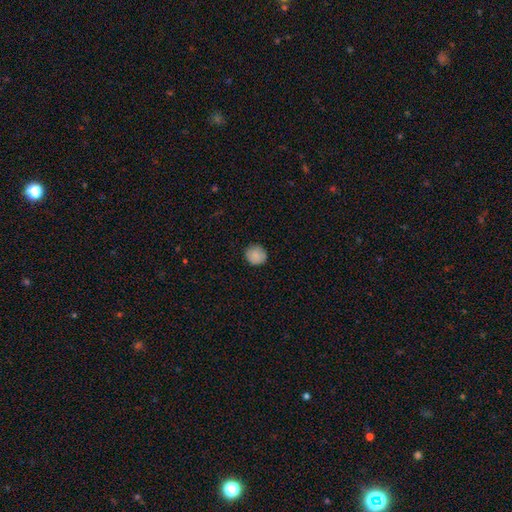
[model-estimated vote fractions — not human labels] A smooth galaxy with no disk features (87%) that is round (91%). Merging: none (87%).